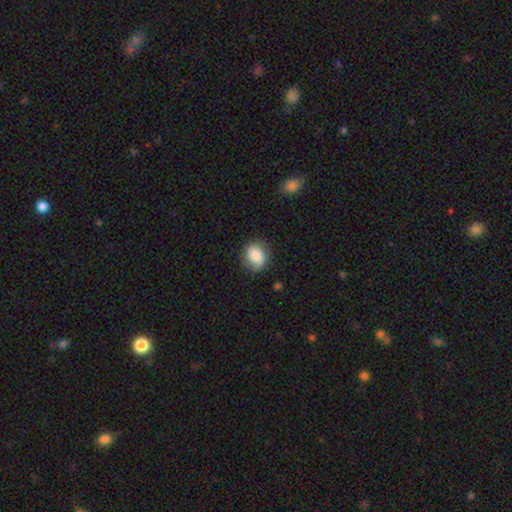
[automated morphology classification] A smooth galaxy with no disk features (80%) that is round (65%). Merging: none (80%).